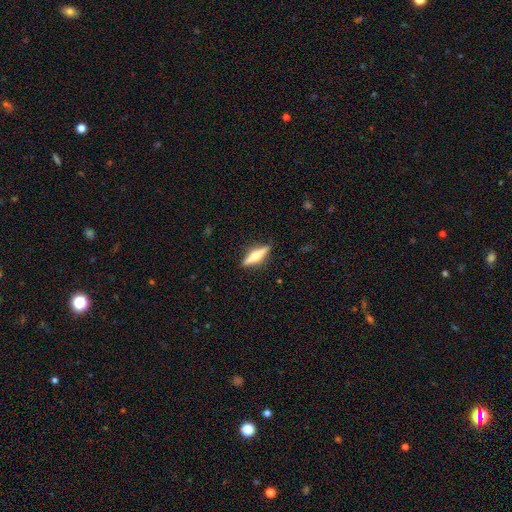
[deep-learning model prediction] featured or disk 63%, smooth 31%, star or artifact 6%. Down the decision tree: edge-on disk — yes (97%); edge-on bulge — rounded (89%); merging — none (89%).